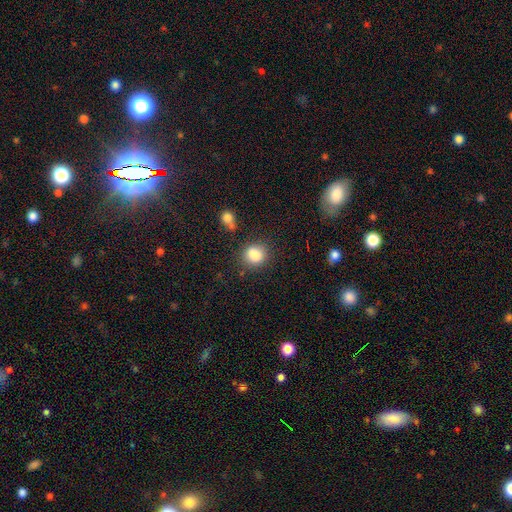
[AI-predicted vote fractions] Smooth or featured?
  - smooth: 84% *
  - star or artifact: 10%
  - featured or disk: 6%
How rounded?
  - round: 66% *
  - in between: 32%
  - cigar-shaped: 1%
Merging?
  - none: 72% *
  - minor disturbance: 15%
  - merger: 9%
  - major disturbance: 4%